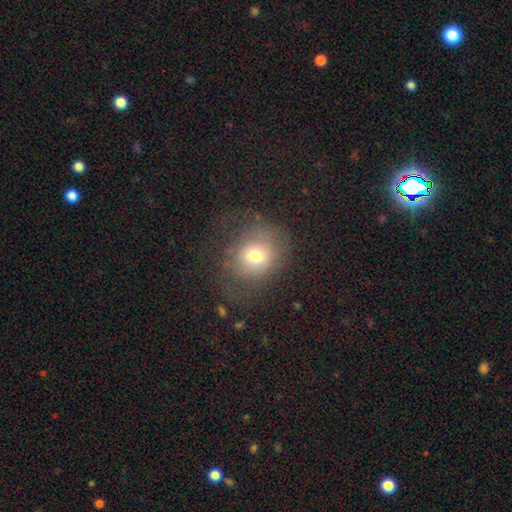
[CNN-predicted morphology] type=smooth (68%); roundness=round (72%); merging=none (57%).